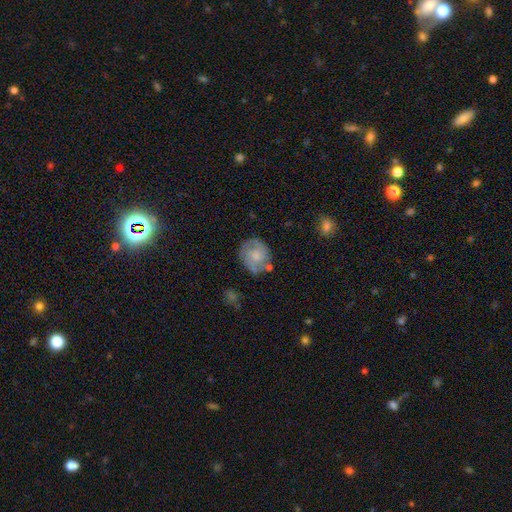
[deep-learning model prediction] A featured or disk galaxy (49%).

Vote fractions:
- Smooth or featured? featured or disk: 49% / smooth: 44% / star or artifact: 7%
- Merging? none: 65% / minor disturbance: 21% / major disturbance: 7% / merger: 6%